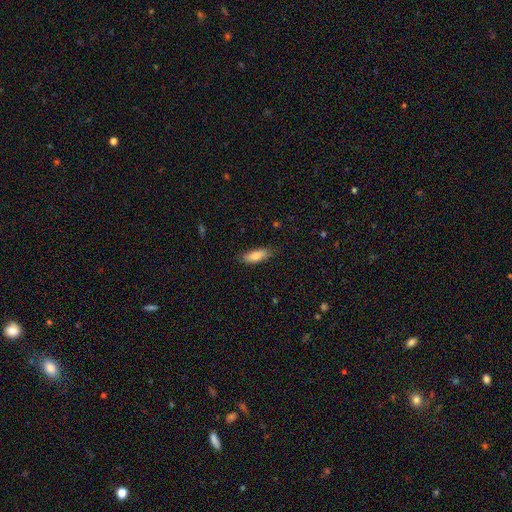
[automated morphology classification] type=smooth (81%); roundness=in between (59%); merging=none (84%).